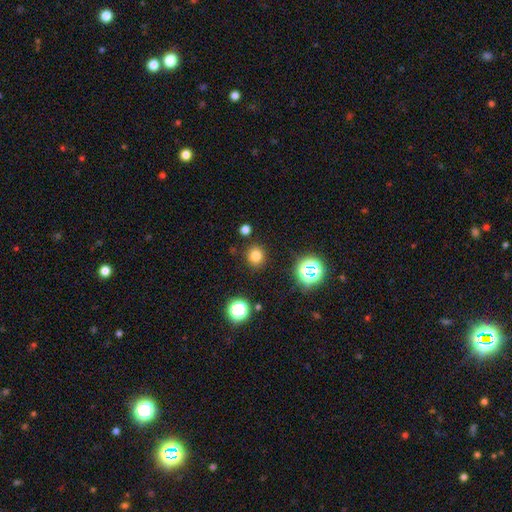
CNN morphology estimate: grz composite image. It shows a smooth galaxy with no disk features (76%) that is round (88%). Merging: none (88%).